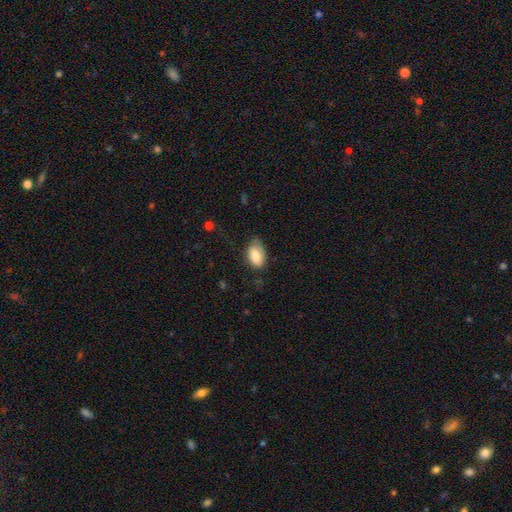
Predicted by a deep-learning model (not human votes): The model was most divided on "merging": none: 56%, minor disturbance: 33%, major disturbance: 9%, merger: 2%. More confident: how rounded — in between (92%); smooth or featured — smooth (81%).